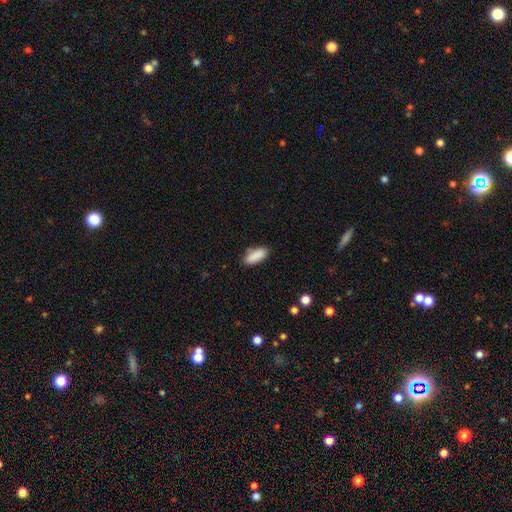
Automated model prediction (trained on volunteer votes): smooth_or_featured: smooth (p=0.88) [alt: star or artifact p=0.07]
how_rounded: in between (p=0.77) [alt: cigar-shaped p=0.21]
merging: none (p=0.81) [alt: minor disturbance p=0.13]